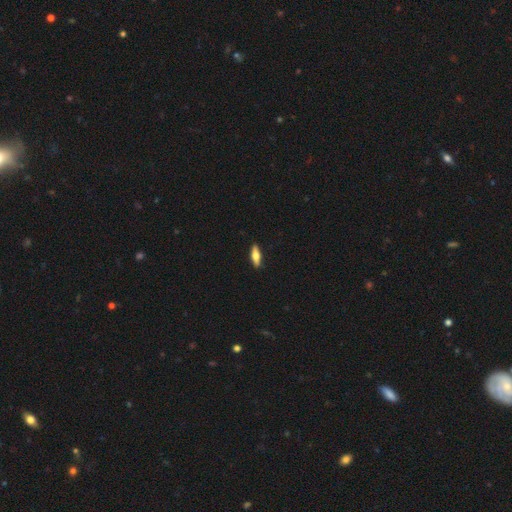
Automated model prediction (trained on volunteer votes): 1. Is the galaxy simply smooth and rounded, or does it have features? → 55% smooth, 39% featured or disk, 6% star or artifact.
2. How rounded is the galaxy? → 49% in between, 48% cigar-shaped, 3% round.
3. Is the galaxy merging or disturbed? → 90% none, 7% minor disturbance, 2% major disturbance, 1% merger.